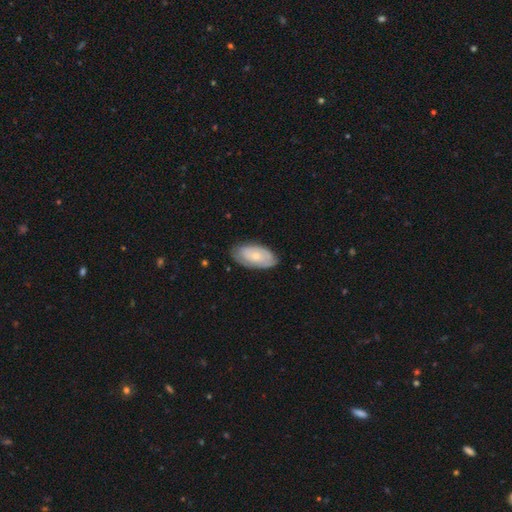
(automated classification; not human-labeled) smooth_or_featured: featured or disk (p=0.50) [alt: smooth p=0.44]
disk_edge_on: no (p=0.91) [alt: yes p=0.09]
merging: none (p=0.74) [alt: minor disturbance p=0.21]